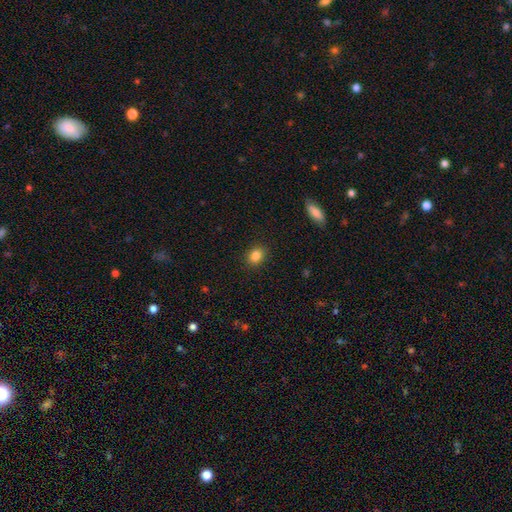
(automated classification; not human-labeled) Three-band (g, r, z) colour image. It shows a smooth galaxy with no disk features (85%) that is in between round and cigar-shaped (50%). Merging: none (89%).